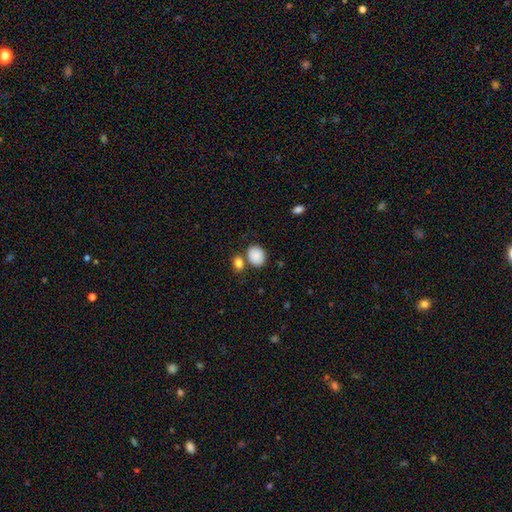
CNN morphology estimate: A smooth galaxy with no disk features (88%) that is in between round and cigar-shaped (51%). Merging: none (66%).